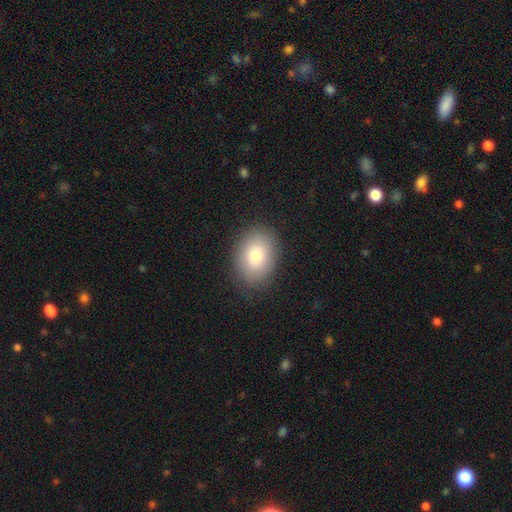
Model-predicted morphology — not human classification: This appears to be a smooth galaxy with no disk features (79%) that is in between round and cigar-shaped (70%). Merging: none (84%).